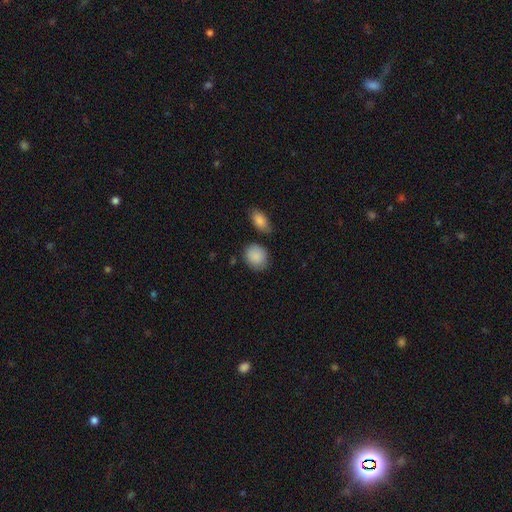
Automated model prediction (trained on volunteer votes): Smooth or featured? smooth (89%)
How rounded? round (59%)
Merging? none (71%)